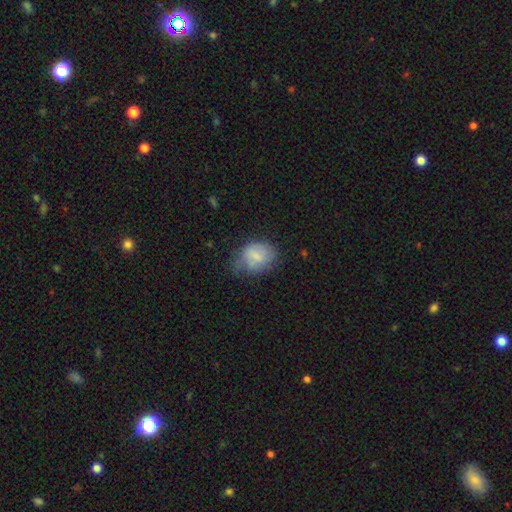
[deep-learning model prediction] Smooth or featured: smooth — 70% (featured or disk — 21%)
How rounded: in between — 61% (round — 38%)
Merging: none — 42% (minor disturbance — 38%)